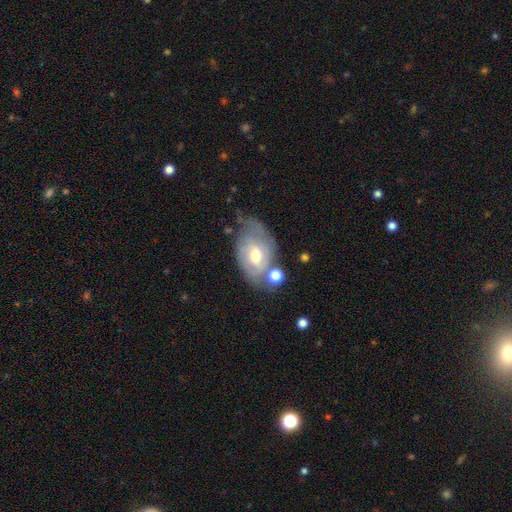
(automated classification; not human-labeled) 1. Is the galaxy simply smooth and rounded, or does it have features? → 63% featured or disk, 30% smooth, 7% star or artifact.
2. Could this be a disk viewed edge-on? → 94% no, 6% yes.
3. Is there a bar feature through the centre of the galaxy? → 48% weak, 41% no, 11% strong.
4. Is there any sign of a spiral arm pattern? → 76% yes, 24% no.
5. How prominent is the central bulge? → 68% moderate, 23% small, 7% large, 1% none, 1% dominant.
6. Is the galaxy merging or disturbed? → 43% none, 28% minor disturbance, 15% major disturbance, 14% merger.